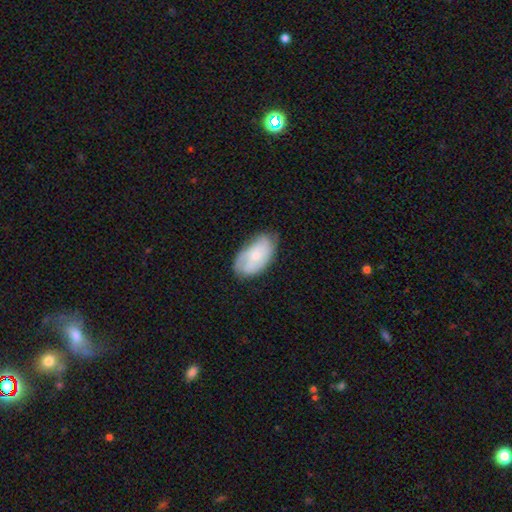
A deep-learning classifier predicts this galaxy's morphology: A smooth galaxy with no disk features (49%). Merging: none (63%).